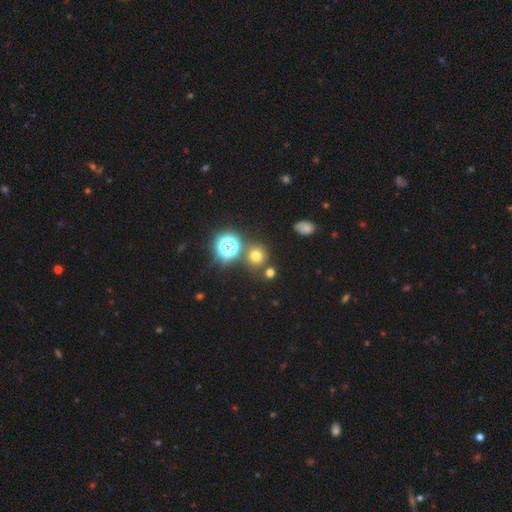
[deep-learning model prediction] A smooth galaxy with no disk features (65%) that is round (89%). Merging: none (78%).